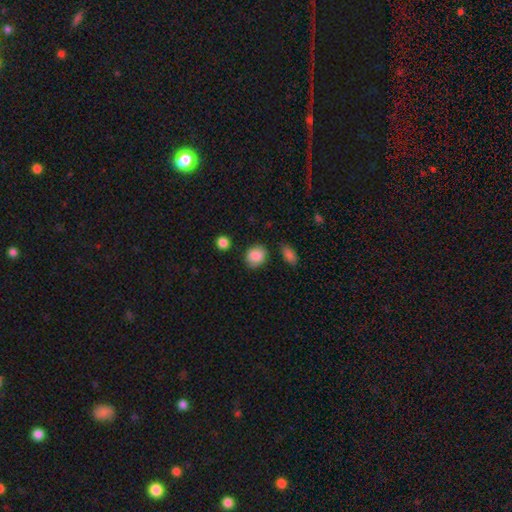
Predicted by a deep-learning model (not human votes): smooth-or-featured: smooth: 88% | star or artifact: 7% | featured or disk: 5%
  how-rounded: round: 63% | in between: 36% | cigar-shaped: 1%
  merging: none: 77% | minor disturbance: 16% | major disturbance: 4% | merger: 3%